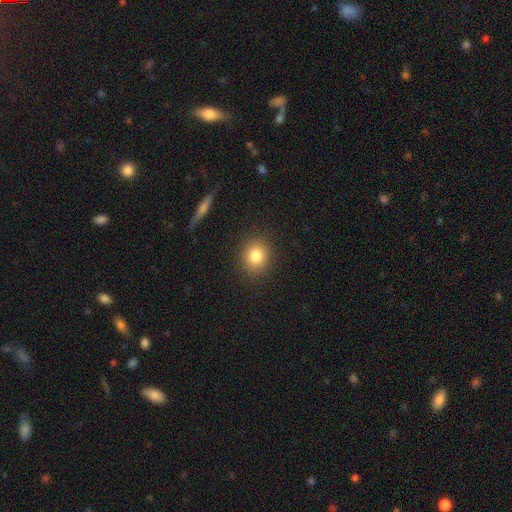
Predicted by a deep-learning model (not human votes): The model was most divided on "how rounded": round: 73%, in between: 26%, cigar-shaped: 1%. More confident: merging — none (88%); smooth or featured — smooth (82%).